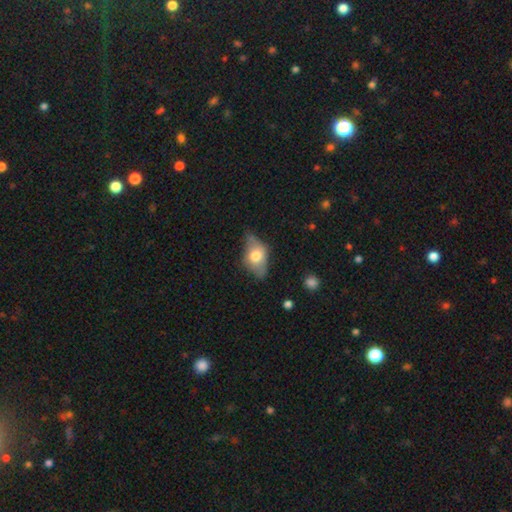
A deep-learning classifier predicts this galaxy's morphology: Smooth or featured?
  - smooth: 58% *
  - featured or disk: 35%
  - star or artifact: 8%
How rounded?
  - in between: 83% *
  - round: 12%
  - cigar-shaped: 5%
Merging?
  - none: 54% *
  - minor disturbance: 32%
  - major disturbance: 11%
  - merger: 3%